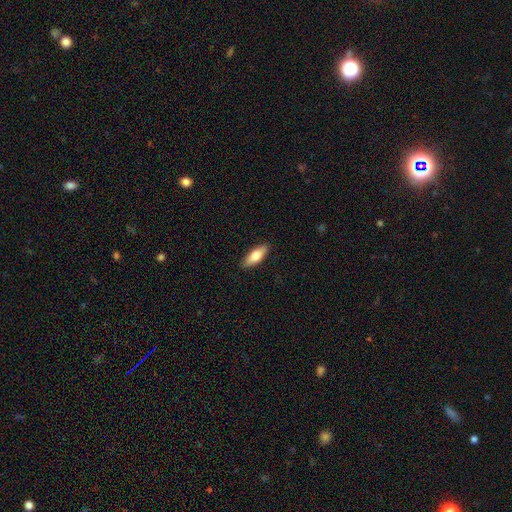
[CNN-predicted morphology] A smooth galaxy with no disk features (70%) that is in between round and cigar-shaped (62%).

Vote fractions:
- Smooth or featured? smooth: 70% / featured or disk: 24% / star or artifact: 6%
- How rounded? in between: 62% / cigar-shaped: 36% / round: 2%
- Merging? none: 89% / minor disturbance: 8% / major disturbance: 2% / merger: 1%